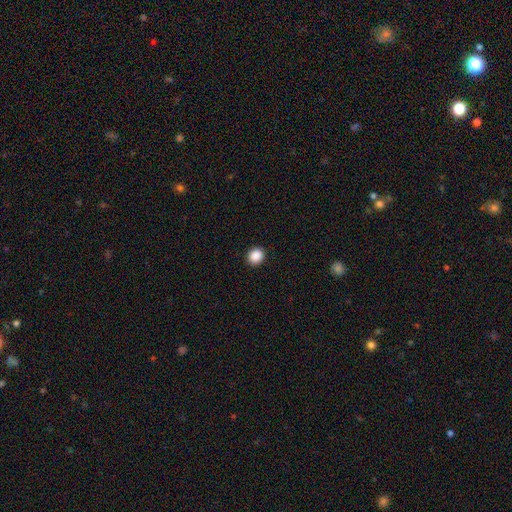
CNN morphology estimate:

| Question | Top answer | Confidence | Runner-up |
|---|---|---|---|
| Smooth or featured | smooth | 89% | star or artifact (9%) |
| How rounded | round | 74% | in between (25%) |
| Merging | none | 91% | minor disturbance (6%) |